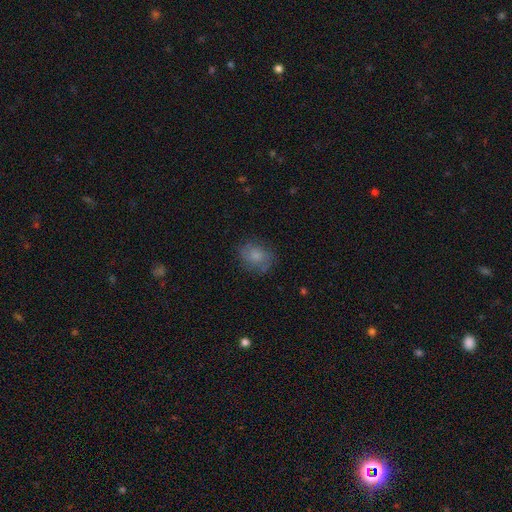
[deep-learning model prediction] This is likely a smooth galaxy (75%). How rounded: possibly round (54%). Merging: likely none (72%).